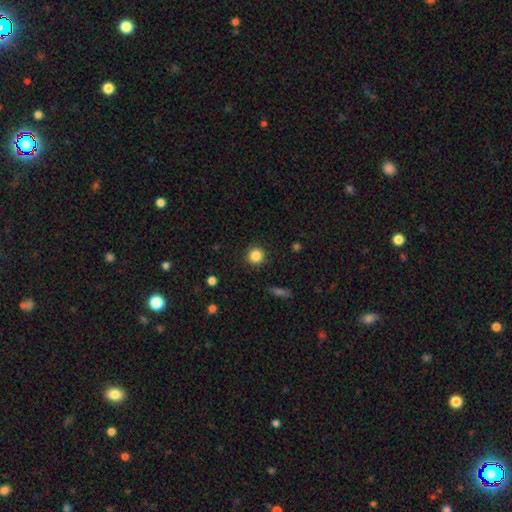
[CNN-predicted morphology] Smooth or featured: smooth — 84% (star or artifact — 11%)
How rounded: round — 93% (in between — 6%)
Merging: none — 91% (minor disturbance — 6%)